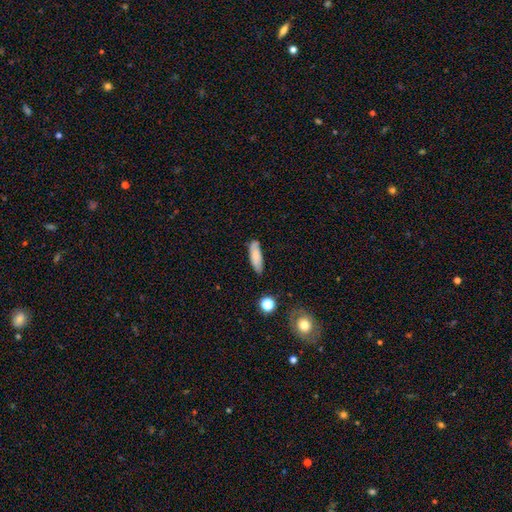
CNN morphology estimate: Smooth or featured?
  - smooth: 79% *
  - featured or disk: 14%
  - star or artifact: 7%
How rounded?
  - in between: 52% *
  - cigar-shaped: 46%
  - round: 2%
Merging?
  - none: 78% *
  - minor disturbance: 17%
  - major disturbance: 3%
  - merger: 2%